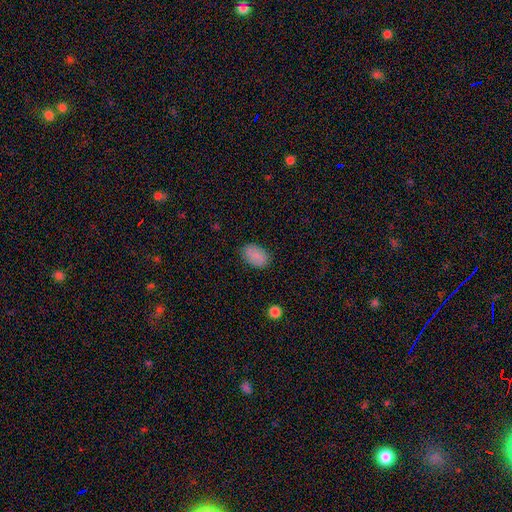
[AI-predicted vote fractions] Smooth or featured?
  - smooth: 85% *
  - star or artifact: 8%
  - featured or disk: 7%
How rounded?
  - in between: 90% *
  - round: 9%
  - cigar-shaped: 1%
Merging?
  - none: 81% *
  - minor disturbance: 15%
  - major disturbance: 3%
  - merger: 1%